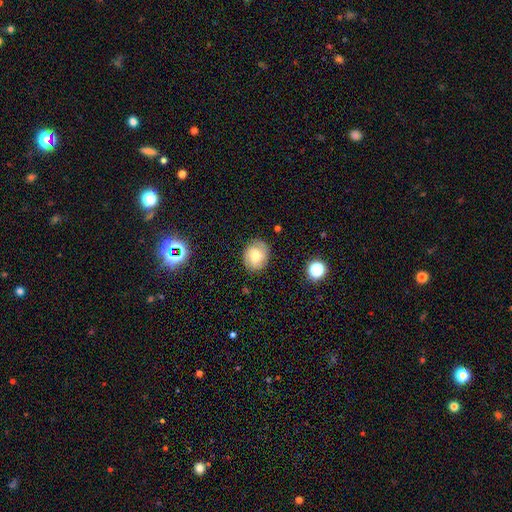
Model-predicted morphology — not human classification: This is possibly a smooth galaxy (47%). Merging: clearly none (80%).